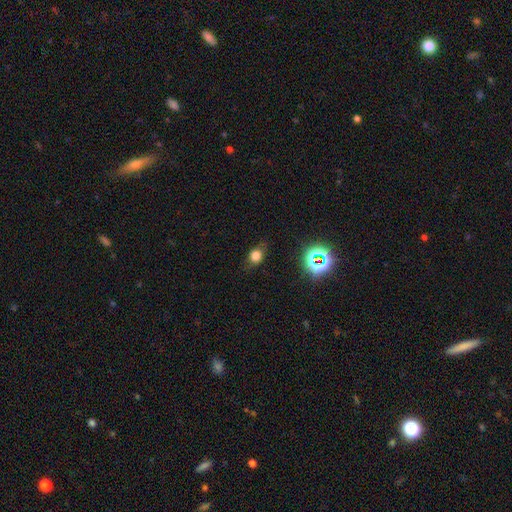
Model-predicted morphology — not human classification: A smooth galaxy with no disk features (69%) that is round (54%). Merging: none (72%).